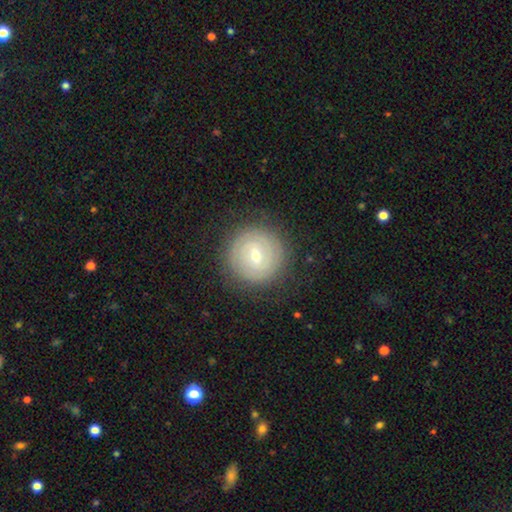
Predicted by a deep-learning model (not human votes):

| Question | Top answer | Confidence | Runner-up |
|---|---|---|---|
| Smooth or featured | featured or disk | 64% | smooth (28%) |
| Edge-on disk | no | 97% | yes (3%) |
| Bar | weak | 57% | no (27%) |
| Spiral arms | yes | 79% | no (21%) |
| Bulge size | small | 55% | moderate (42%) |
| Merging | none | 86% | minor disturbance (10%) |